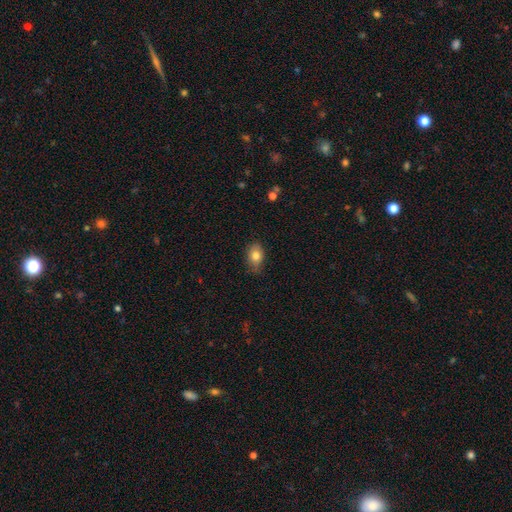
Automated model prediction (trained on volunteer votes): This appears to be a smooth galaxy with no disk features (81%) that is in between round and cigar-shaped (80%). Merging: none (72%).